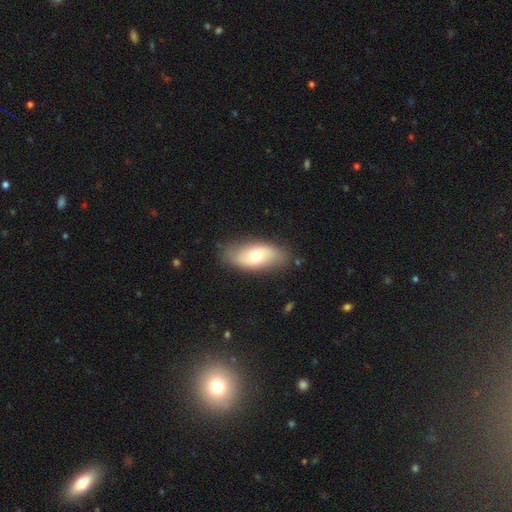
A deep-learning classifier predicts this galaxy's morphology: type=smooth (59%); roundness=in between (88%); merging=none (82%).